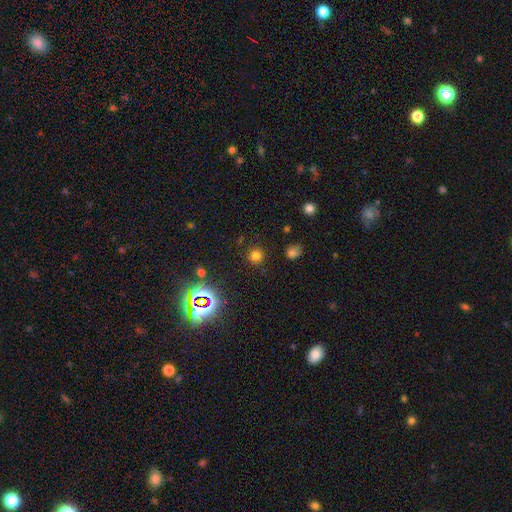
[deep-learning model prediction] Morphology: type=smooth (71%); roundness=round (93%); merging=none (89%).